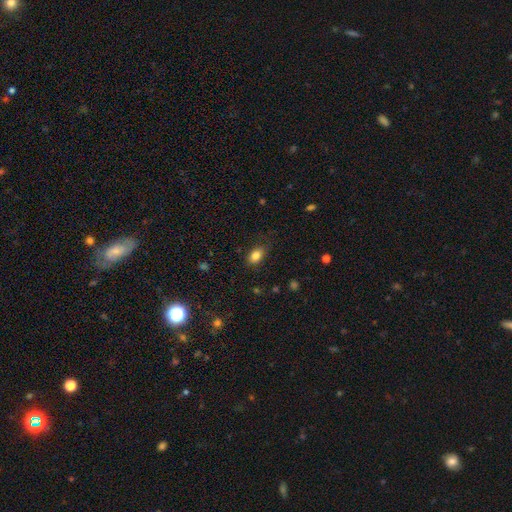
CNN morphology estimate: A smooth galaxy with no disk features (84%) that is in between round and cigar-shaped (84%).

Vote fractions:
- Smooth or featured? smooth: 84% / star or artifact: 9% / featured or disk: 7%
- How rounded? in between: 84% / round: 14% / cigar-shaped: 2%
- Merging? none: 80% / minor disturbance: 15% / major disturbance: 4% / merger: 1%